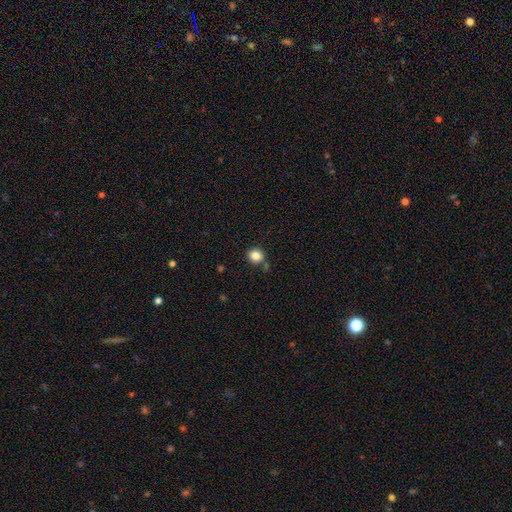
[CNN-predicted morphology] smooth 84%, star or artifact 11%, featured or disk 5%. Down the decision tree: how rounded — round (78%); merging — none (76%).